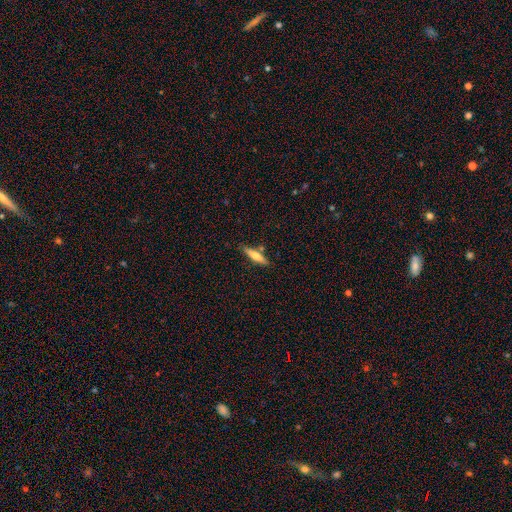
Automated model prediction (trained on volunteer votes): smooth 61%, featured or disk 33%, star or artifact 6%. Down the decision tree: how rounded — cigar-shaped (80%); merging — none (78%).